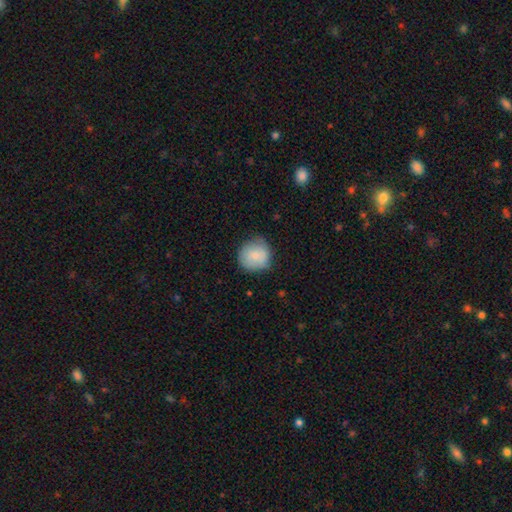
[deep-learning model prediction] smooth_or_featured: smooth (p=0.83) [alt: featured or disk p=0.10]
how_rounded: round (p=0.90) [alt: in between p=0.09]
merging: none (p=0.72) [alt: minor disturbance p=0.22]